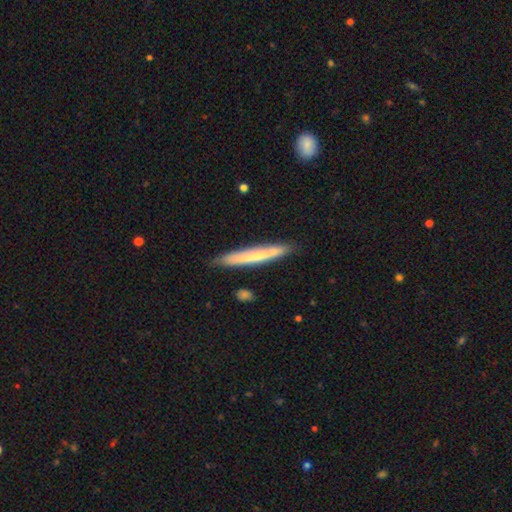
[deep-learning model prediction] Smooth or featured? Predicted: smooth (p=0.55). How rounded? Predicted: cigar-shaped (p=0.95). Merging? Predicted: none (p=0.85).